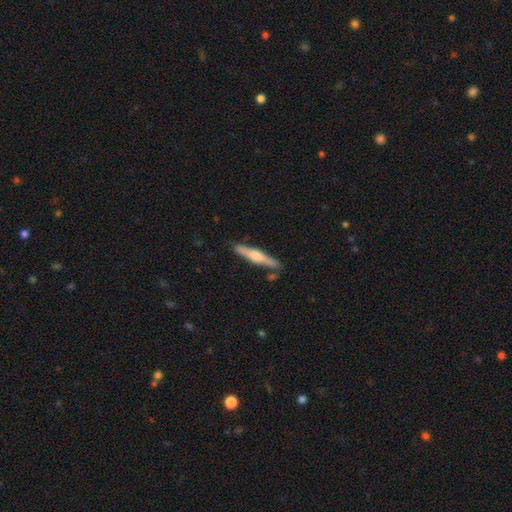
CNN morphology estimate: smooth-or-featured: featured or disk: 51% | smooth: 43% | star or artifact: 5%
  disk-edge-on: yes: 96% | no: 4%
  merging: none: 83% | minor disturbance: 11% | merger: 4% | major disturbance: 2%